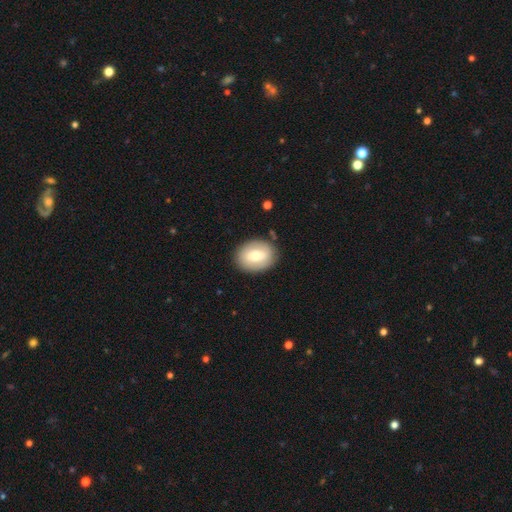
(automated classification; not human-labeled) Morphology: type=smooth (61%); roundness=in between (61%); merging=none (85%).